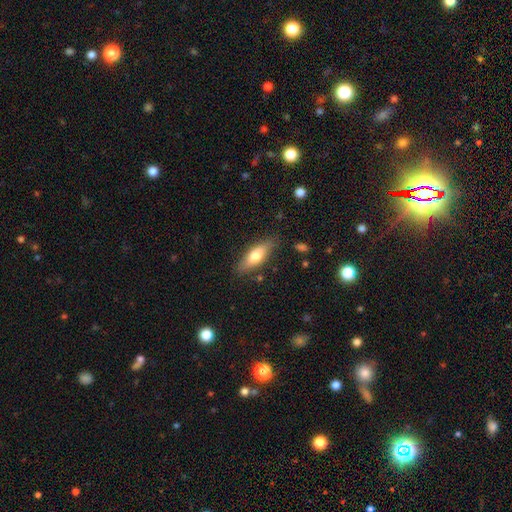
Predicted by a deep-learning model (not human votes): Smooth or featured? smooth (67%)
How rounded? in between (57%)
Merging? none (82%)